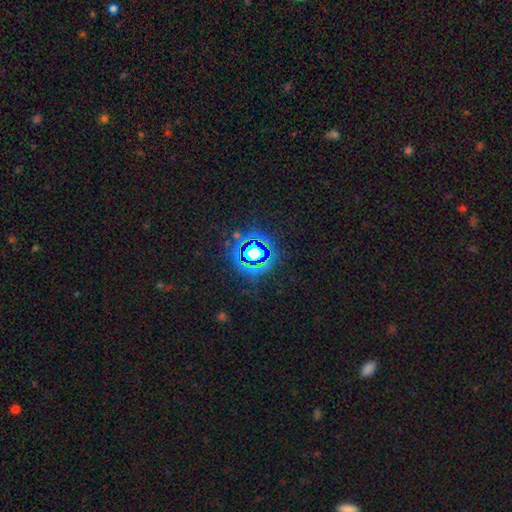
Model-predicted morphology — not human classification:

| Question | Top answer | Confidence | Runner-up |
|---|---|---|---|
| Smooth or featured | star or artifact | 75% | smooth (15%) |